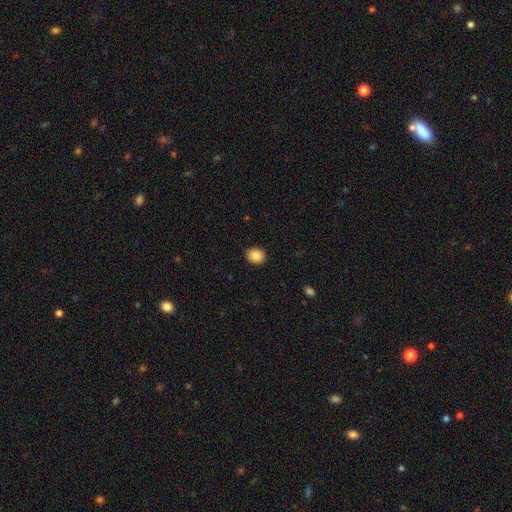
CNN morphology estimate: The model was most divided on "how rounded": round: 62%, in between: 37%, cigar-shaped: 1%. More confident: merging — none (90%); smooth or featured — smooth (86%).